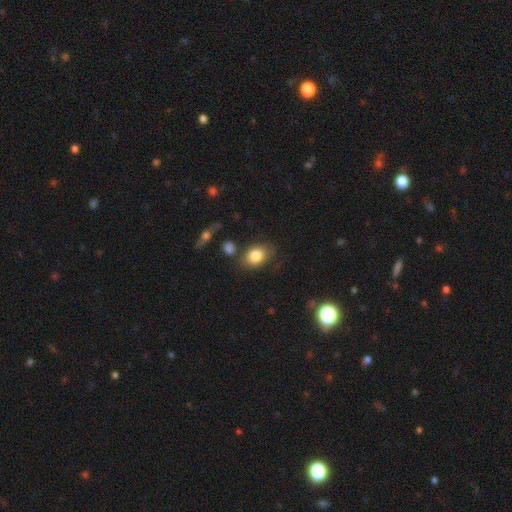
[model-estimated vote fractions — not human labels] This is clearly a smooth galaxy (82%). How rounded: likely in between (70%). Merging: likely none (71%).